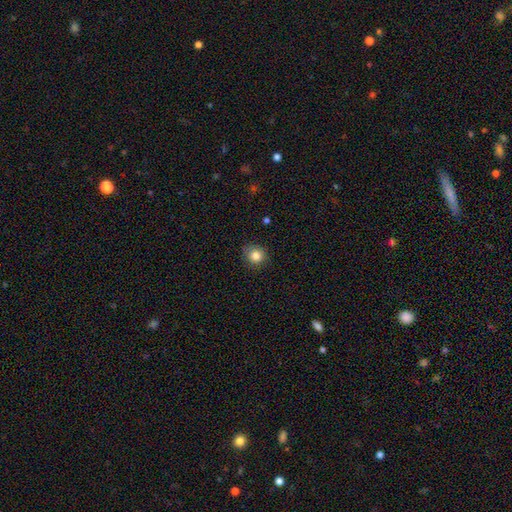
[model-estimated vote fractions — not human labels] Smooth or featured? smooth (84%)
How rounded? round (84%)
Merging? none (83%)